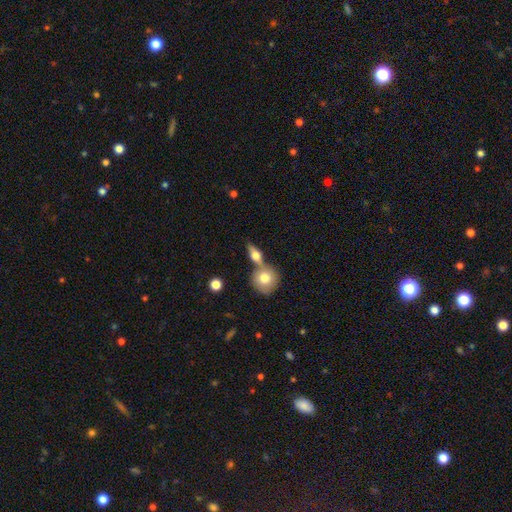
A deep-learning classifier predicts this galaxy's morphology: A smooth galaxy with no disk features (63%) that is in between round and cigar-shaped (53%).

Vote fractions:
- Smooth or featured? smooth: 63% / featured or disk: 30% / star or artifact: 8%
- How rounded? in between: 53% / round: 29% / cigar-shaped: 17%
- Merging? none: 44% / merger: 42% / minor disturbance: 9% / major disturbance: 4%